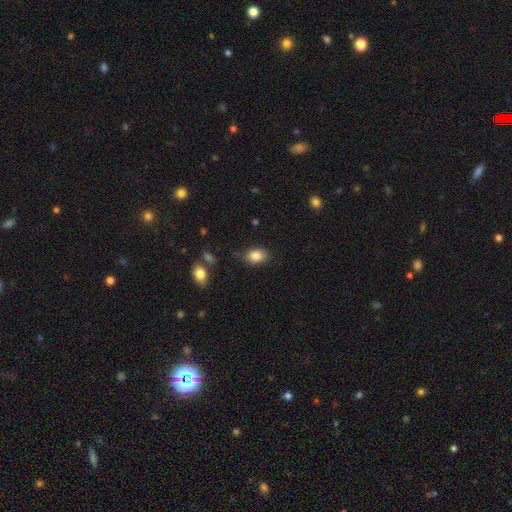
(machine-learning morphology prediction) The model was most divided on "merging": none: 76%, minor disturbance: 18%, major disturbance: 4%, merger: 3%. More confident: smooth or featured — smooth (86%); how rounded — in between (79%).